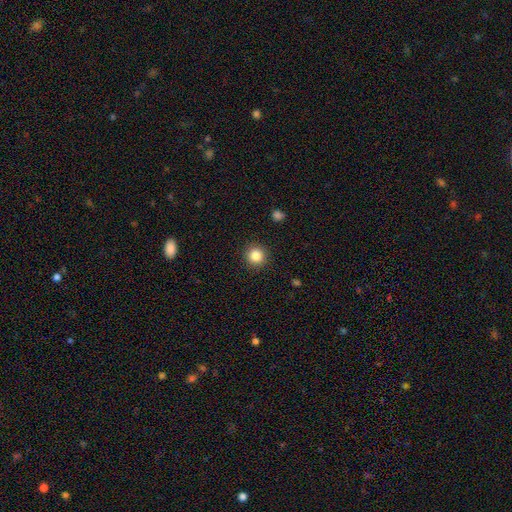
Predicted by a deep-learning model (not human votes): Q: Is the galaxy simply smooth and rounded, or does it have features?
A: smooth — 85%.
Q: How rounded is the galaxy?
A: round — 94%.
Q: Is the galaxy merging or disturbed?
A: none — 92%.